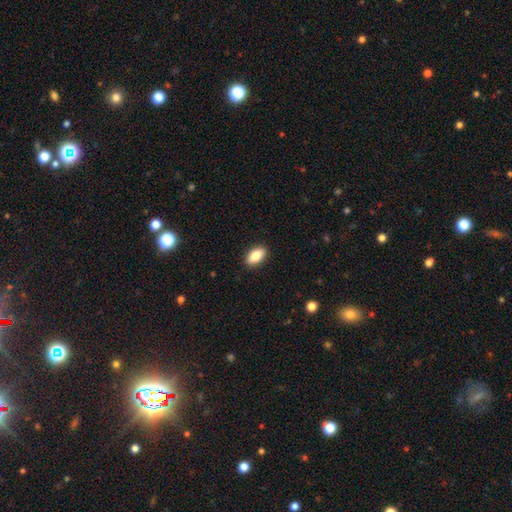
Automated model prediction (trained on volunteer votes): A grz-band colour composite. It shows a smooth galaxy with no disk features (85%) that is in between round and cigar-shaped (91%). Merging: none (90%).